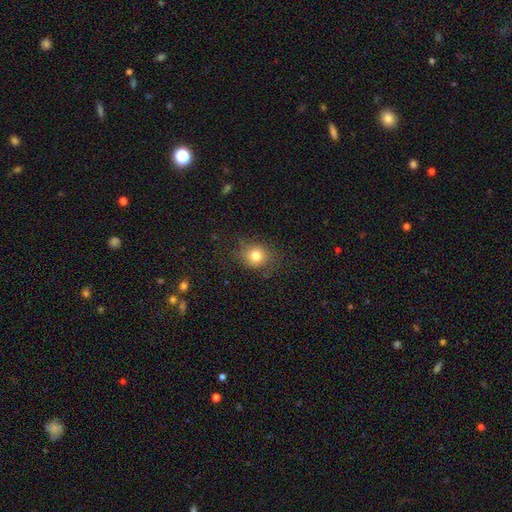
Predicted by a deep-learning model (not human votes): Q: Smooth or featured?
A: smooth (78%); runner-up: star or artifact (13%)
Q: How rounded?
A: round (76%); runner-up: in between (23%)
Q: Merging?
A: none (75%); runner-up: minor disturbance (17%)